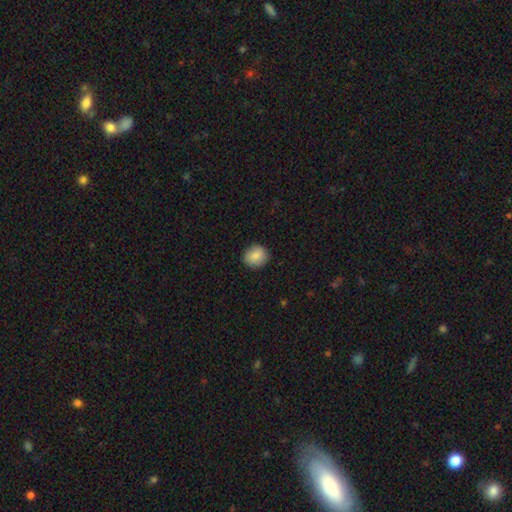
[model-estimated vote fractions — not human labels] smooth-or-featured: smooth: 87% | star or artifact: 8% | featured or disk: 5%
  how-rounded: round: 77% | in between: 22% | cigar-shaped: 1%
  merging: none: 89% | minor disturbance: 8% | major disturbance: 2% | merger: 1%